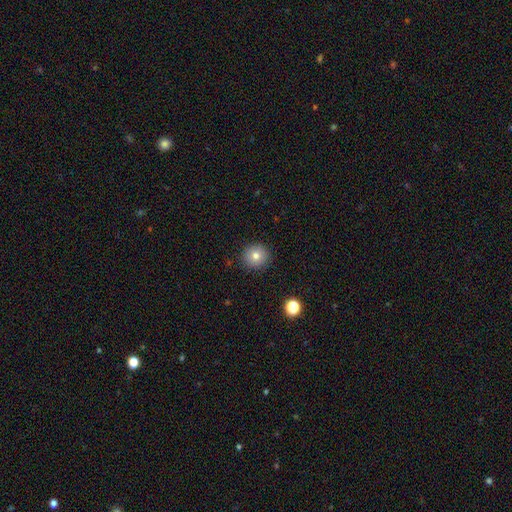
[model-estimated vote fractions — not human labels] smooth-or-featured: smooth: 77% | star or artifact: 11% | featured or disk: 11%
  how-rounded: round: 93% | in between: 6% | cigar-shaped: 1%
  merging: none: 91% | minor disturbance: 6% | major disturbance: 2% | merger: 1%